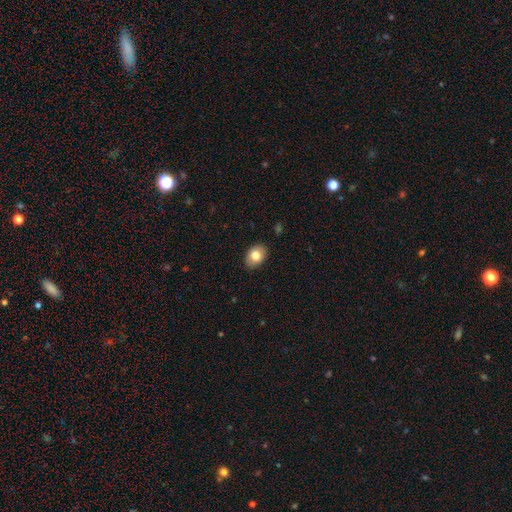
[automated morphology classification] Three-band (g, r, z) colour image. It shows a smooth galaxy with no disk features (80%) that is in between round and cigar-shaped (73%). Merging: none (87%).